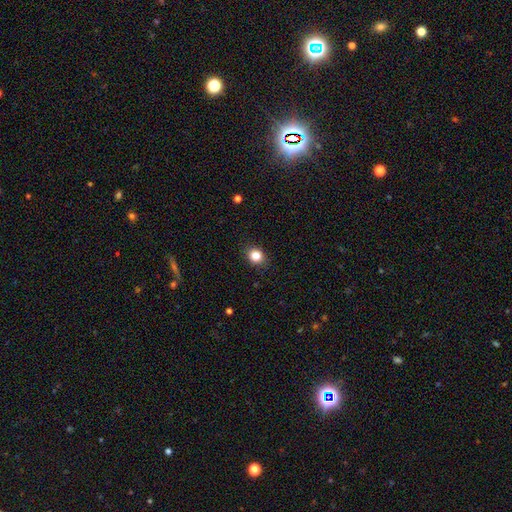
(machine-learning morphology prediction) Q: Smooth or featured?
A: smooth (83%); runner-up: star or artifact (11%)
Q: How rounded?
A: round (65%); runner-up: in between (34%)
Q: Merging?
A: none (89%); runner-up: minor disturbance (8%)